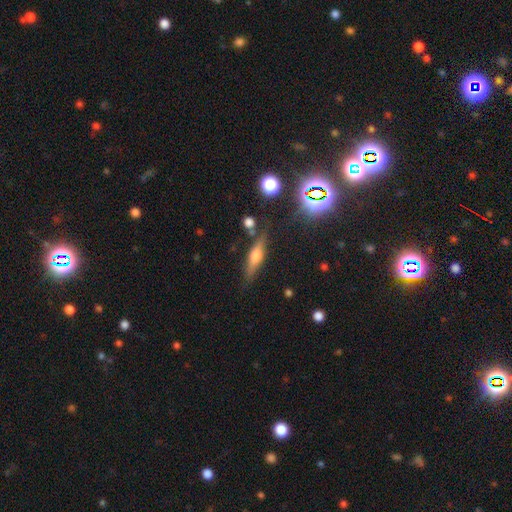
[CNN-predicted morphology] featured or disk 52%, smooth 38%, star or artifact 10%. Down the decision tree: edge-on disk — yes (92%); merging — none (79%).